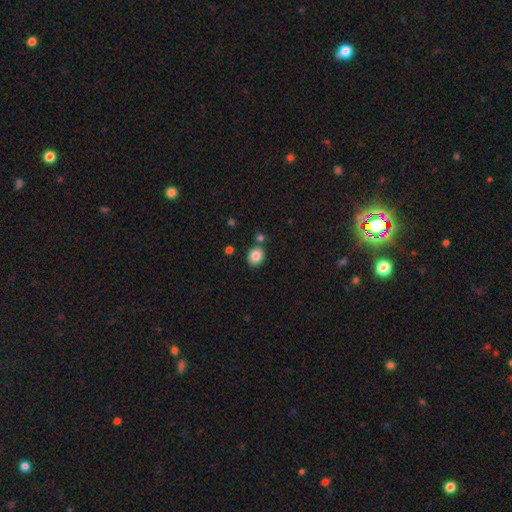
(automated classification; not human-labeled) smooth 85%, star or artifact 10%, featured or disk 6%. Down the decision tree: how rounded — round (74%); merging — none (77%).